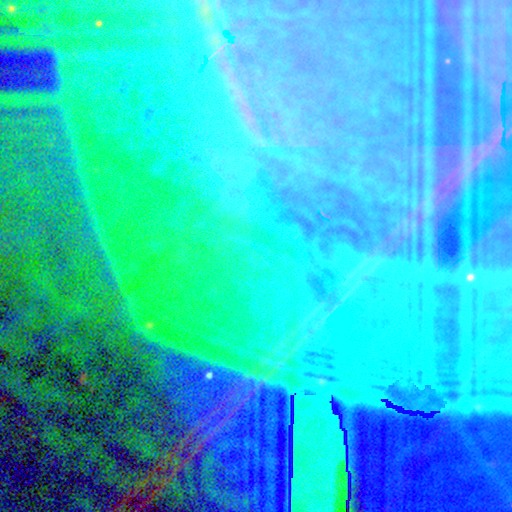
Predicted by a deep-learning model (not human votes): Smooth or featured: star or artifact — 85% (featured or disk — 8%)